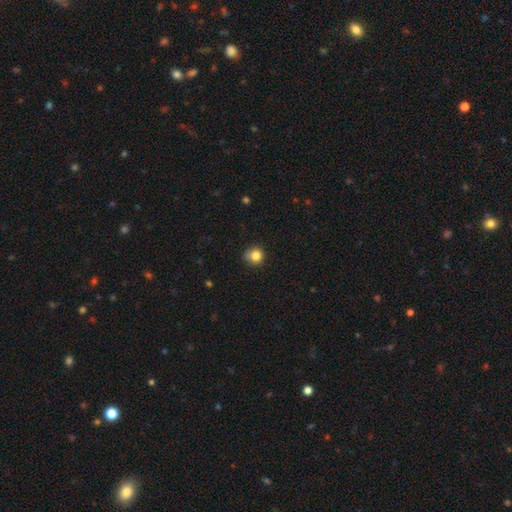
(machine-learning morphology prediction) smooth-or-featured: smooth: 82% | star or artifact: 12% | featured or disk: 6%
  how-rounded: round: 86% | in between: 14% | cigar-shaped: 1%
  merging: none: 72% | minor disturbance: 22% | major disturbance: 5% | merger: 1%